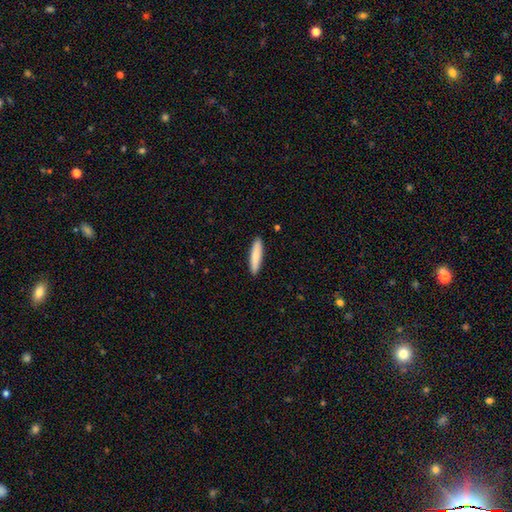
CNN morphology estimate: smooth-or-featured: smooth: 82% | featured or disk: 12% | star or artifact: 5%
  how-rounded: cigar-shaped: 86% | in between: 13% | round: 1%
  merging: none: 91% | minor disturbance: 6% | major disturbance: 1% | merger: 1%